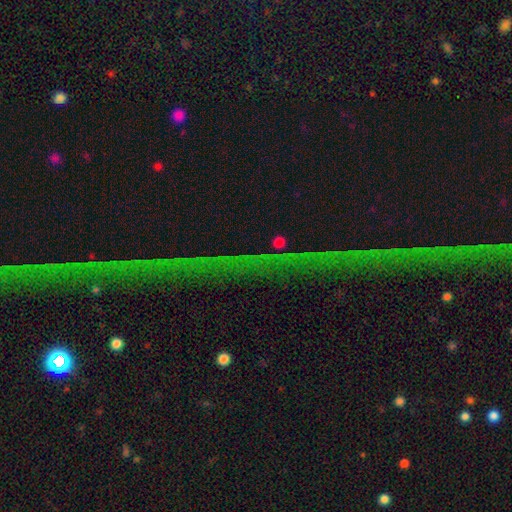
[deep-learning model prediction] Smooth or featured?
  - star or artifact: 77% *
  - featured or disk: 13%
  - smooth: 10%